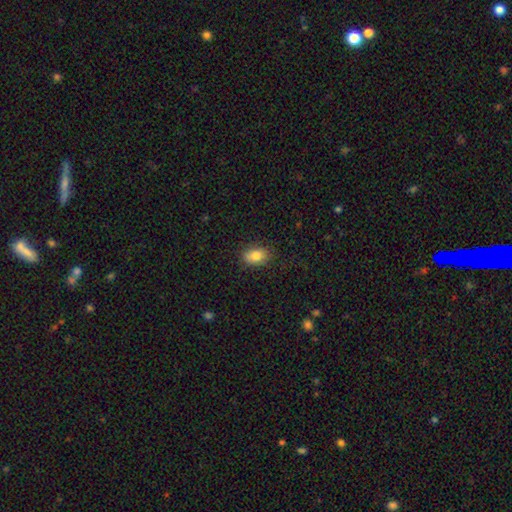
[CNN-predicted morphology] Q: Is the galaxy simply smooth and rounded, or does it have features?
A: smooth — 83%.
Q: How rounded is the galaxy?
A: in between — 84%.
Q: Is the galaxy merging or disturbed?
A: none — 84%.